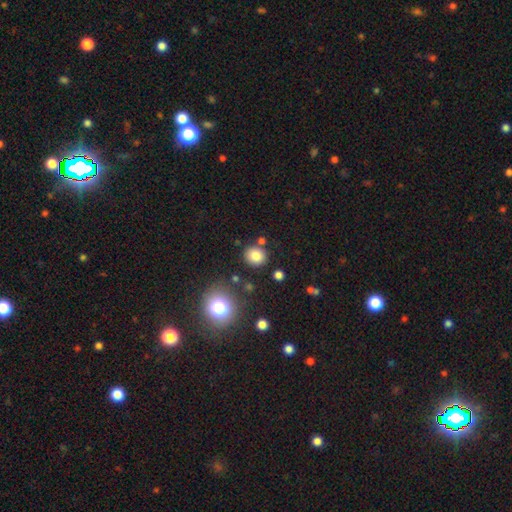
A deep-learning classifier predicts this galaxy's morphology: This appears to be a smooth galaxy with no disk features (81%) that is round (82%). Merging: none (82%).